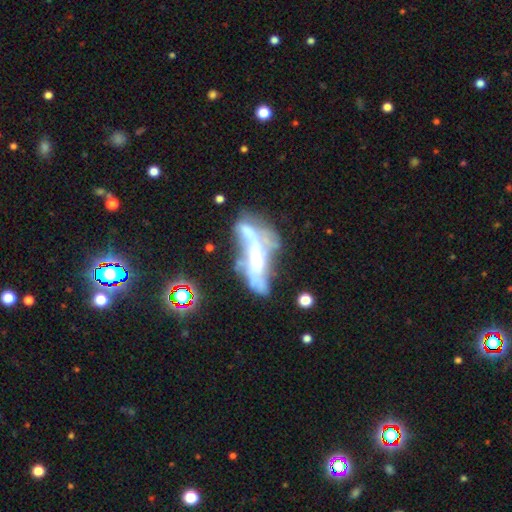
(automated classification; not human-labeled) A featured or disk galaxy (62%). Merging: none (31%, tied with major disturbance).